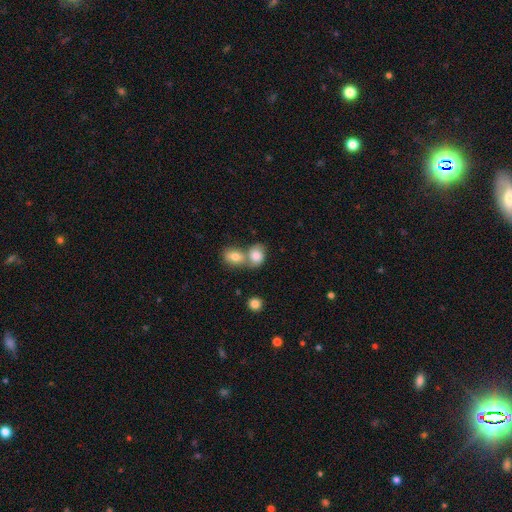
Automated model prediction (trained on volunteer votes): This is likely a smooth galaxy (79%). How rounded: possibly in between (52%). Merging: possibly merger (59%).